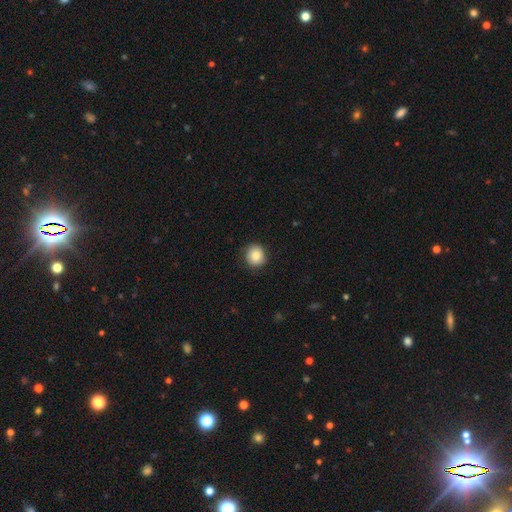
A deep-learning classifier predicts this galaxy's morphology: Smooth or featured? smooth (83%)
How rounded? round (87%)
Merging? none (85%)